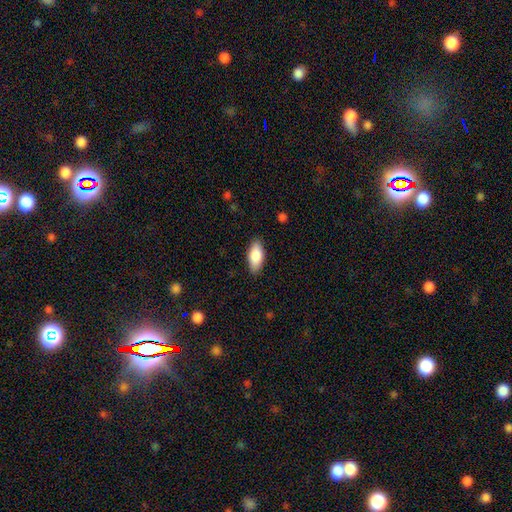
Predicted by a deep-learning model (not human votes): Smooth or featured? Predicted: smooth (p=0.84). How rounded? Predicted: in between (p=0.88). Merging? Predicted: none (p=0.87).